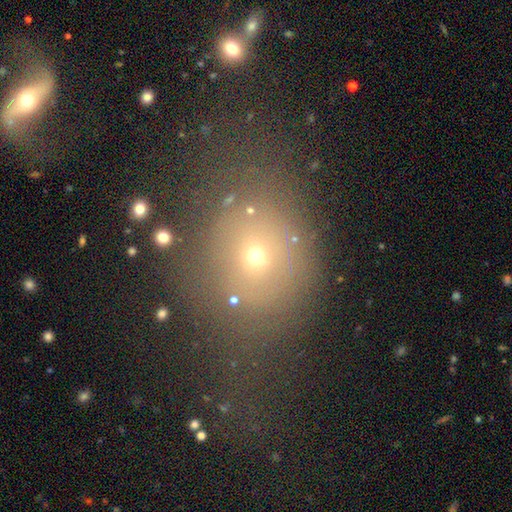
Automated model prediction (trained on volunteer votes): smooth-or-featured: smooth: 59% | star or artifact: 26% | featured or disk: 15%
  how-rounded: round: 63% | in between: 35% | cigar-shaped: 2%
  merging: none: 53% | major disturbance: 18% | minor disturbance: 17% | merger: 12%